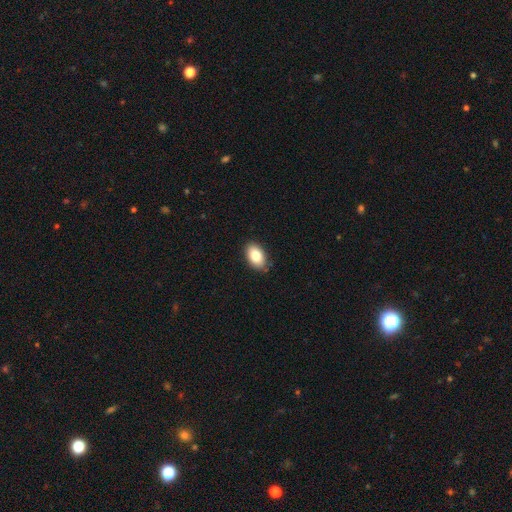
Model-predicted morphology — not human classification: A smooth galaxy with no disk features (83%) that is in between round and cigar-shaped (92%).

Vote fractions:
- Smooth or featured? smooth: 83% / featured or disk: 10% / star or artifact: 7%
- How rounded? in between: 92% / round: 7% / cigar-shaped: 1%
- Merging? none: 85% / minor disturbance: 11% / major disturbance: 2% / merger: 1%